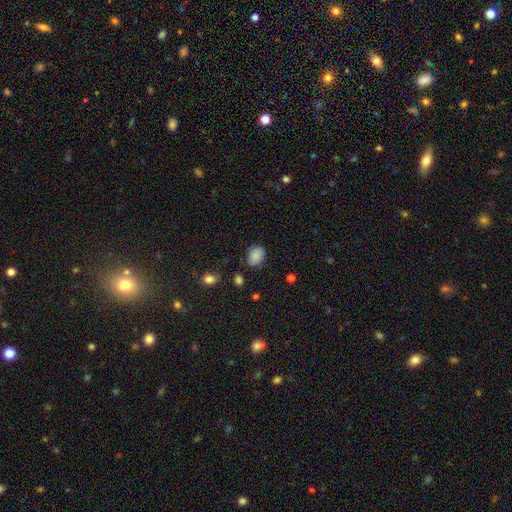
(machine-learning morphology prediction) type=smooth (83%); roundness=in between (76%); merging=none (70%).